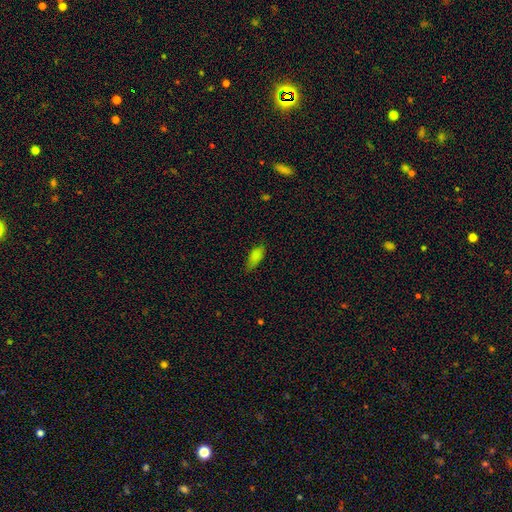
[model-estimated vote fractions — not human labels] This appears to be a smooth galaxy with no disk features (83%) that is in between round and cigar-shaped (81%). Merging: none (70%).